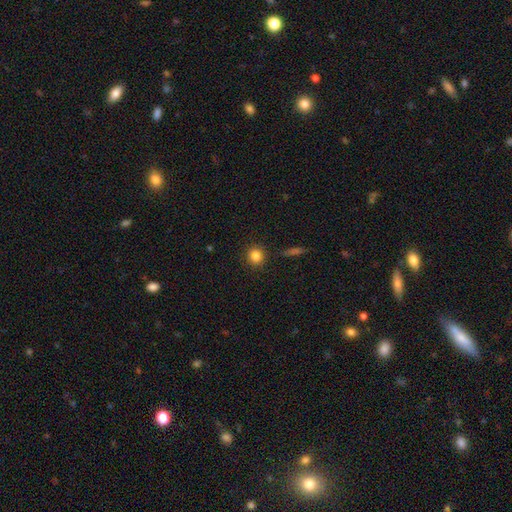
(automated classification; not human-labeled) This appears to be a smooth galaxy with no disk features (84%) that is round (89%). Merging: none (90%).